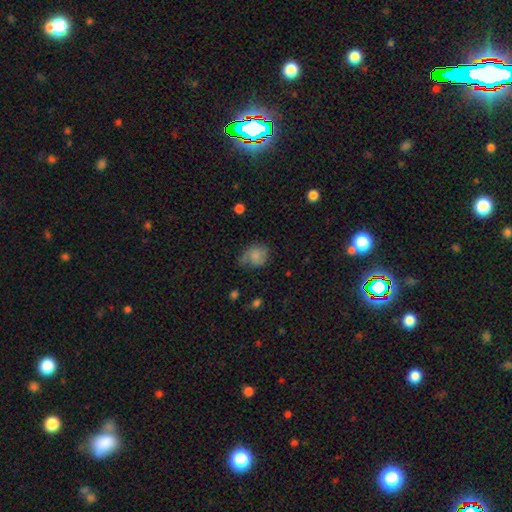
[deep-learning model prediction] smooth_or_featured: smooth (p=0.74) [alt: featured or disk p=0.15]
how_rounded: round (p=0.62) [alt: in between p=0.37]
merging: none (p=0.47) [alt: minor disturbance p=0.33]